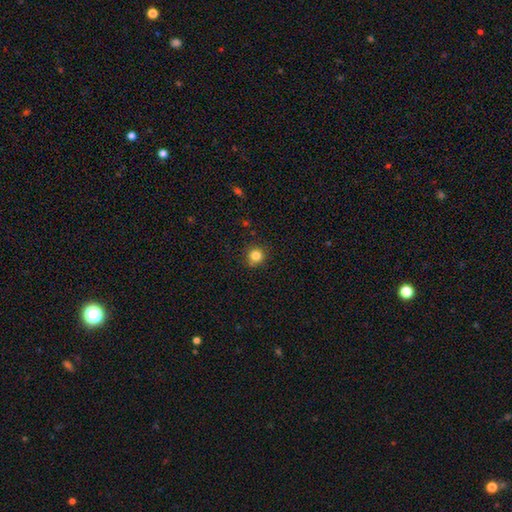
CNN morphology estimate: Smooth or featured: smooth — 83% (star or artifact — 12%)
How rounded: round — 93% (in between — 6%)
Merging: none — 84% (minor disturbance — 10%)